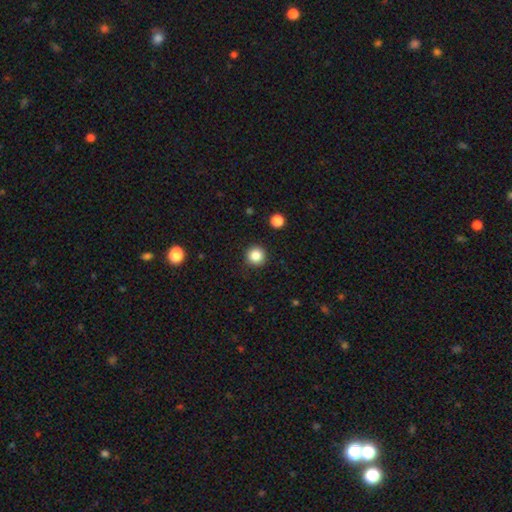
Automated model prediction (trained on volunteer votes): smooth-or-featured: smooth: 85% | star or artifact: 11% | featured or disk: 4%
  how-rounded: round: 95% | in between: 4% | cigar-shaped: 1%
  merging: none: 92% | minor disturbance: 5% | major disturbance: 2% | merger: 1%